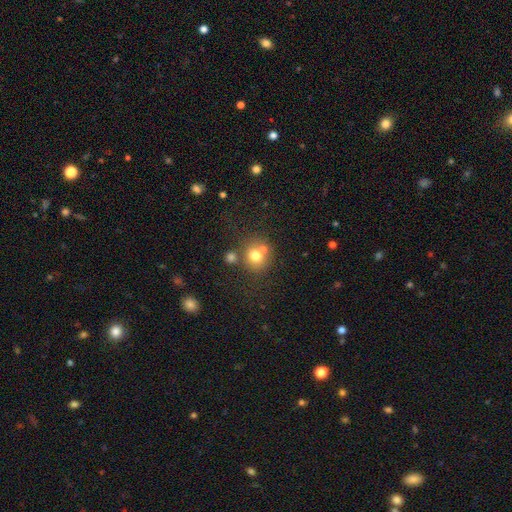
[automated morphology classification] This appears to be a smooth galaxy with no disk features (72%) that is round (83%). Merging: none (54%).